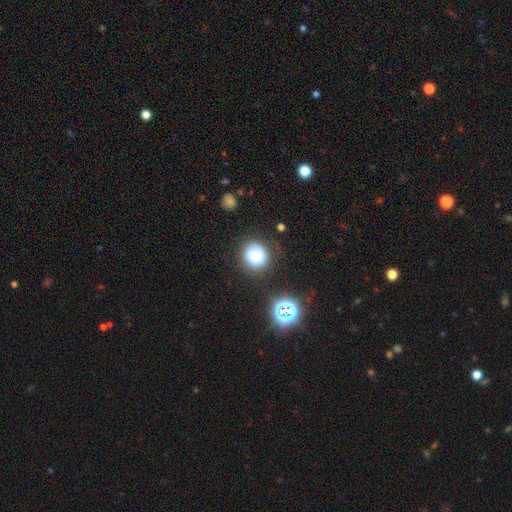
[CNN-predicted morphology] This is likely a smooth galaxy (79%). How rounded: clearly round (86%). Merging: likely none (75%).